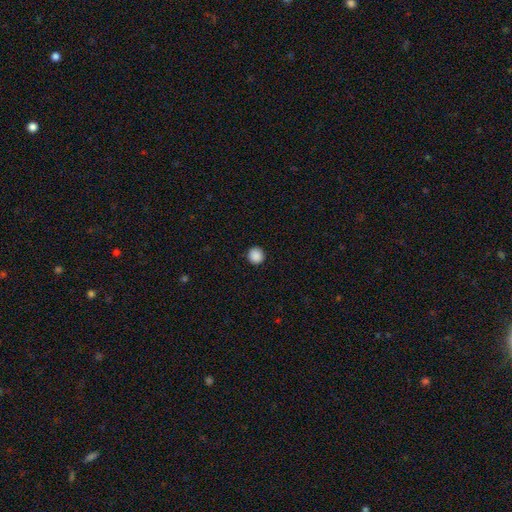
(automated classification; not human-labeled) Overall: smooth (89%). How rounded: round (95%). Merging: none (93%).